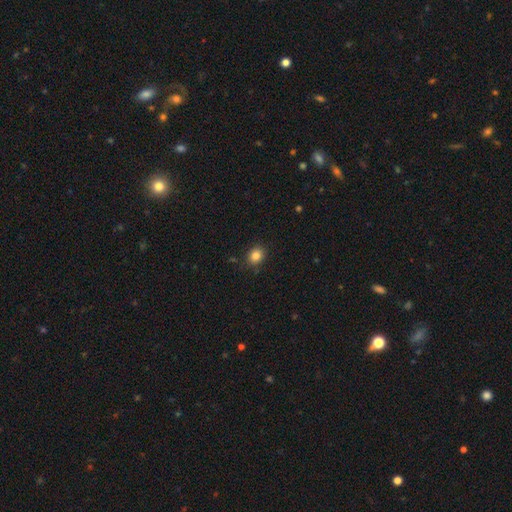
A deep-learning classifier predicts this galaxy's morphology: Smooth or featured?
  - smooth: 84% *
  - star or artifact: 11%
  - featured or disk: 5%
How rounded?
  - round: 59% *
  - in between: 40%
  - cigar-shaped: 1%
Merging?
  - none: 86% *
  - minor disturbance: 10%
  - major disturbance: 2%
  - merger: 2%